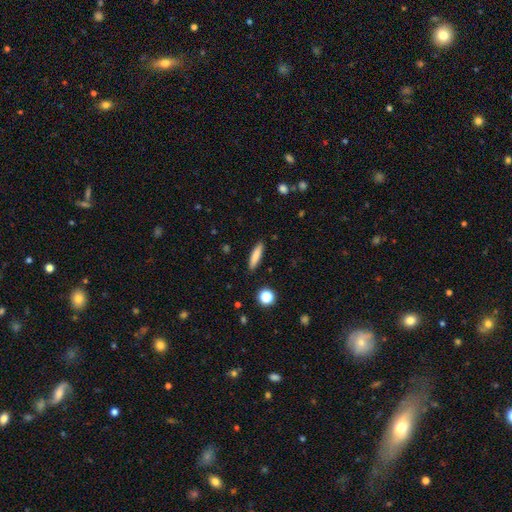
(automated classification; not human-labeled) A smooth galaxy with no disk features (81%) that is cigar-shaped (79%). Merging: none (89%).